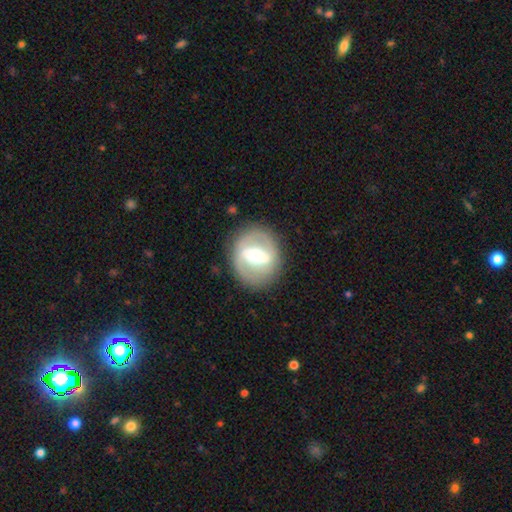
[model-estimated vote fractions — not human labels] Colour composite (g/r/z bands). It shows a featured or disk galaxy (75%) with a strong bar (58%), spiral arms (69%) and a moderate central bulge (64%). Merging: none (83%).